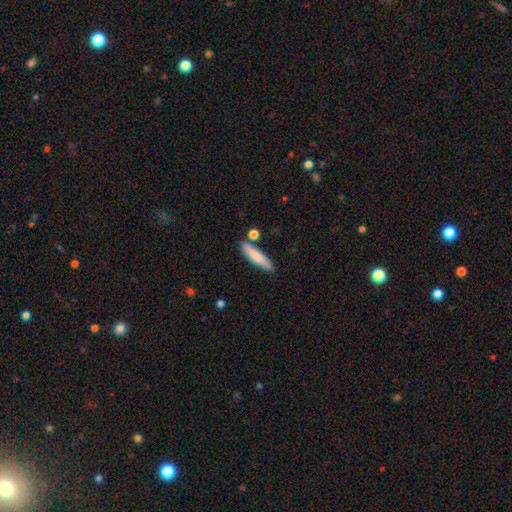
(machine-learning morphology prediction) A smooth galaxy with no disk features (80%) that is cigar-shaped (81%).

Vote fractions:
- Smooth or featured? smooth: 80% / featured or disk: 14% / star or artifact: 6%
- How rounded? cigar-shaped: 81% / in between: 17% / round: 2%
- Merging? none: 77% / minor disturbance: 13% / merger: 7% / major disturbance: 3%